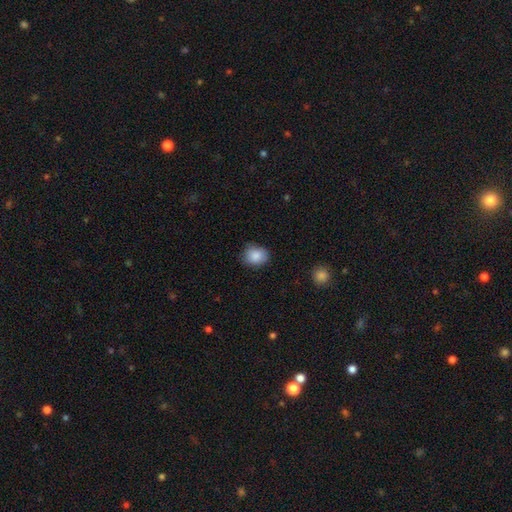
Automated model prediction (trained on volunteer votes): smooth 88%, star or artifact 8%, featured or disk 5%. Down the decision tree: how rounded — round (57%); merging — none (78%).